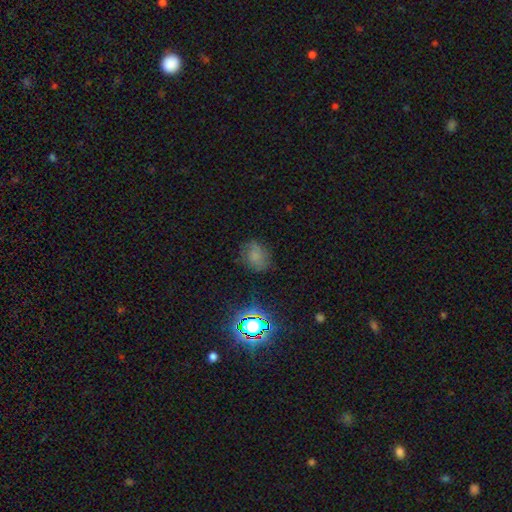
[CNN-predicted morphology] smooth_or_featured: smooth (p=0.61) [alt: star or artifact p=0.22]
how_rounded: round (p=0.52) [alt: in between p=0.47]
merging: none (p=0.65) [alt: minor disturbance p=0.24]